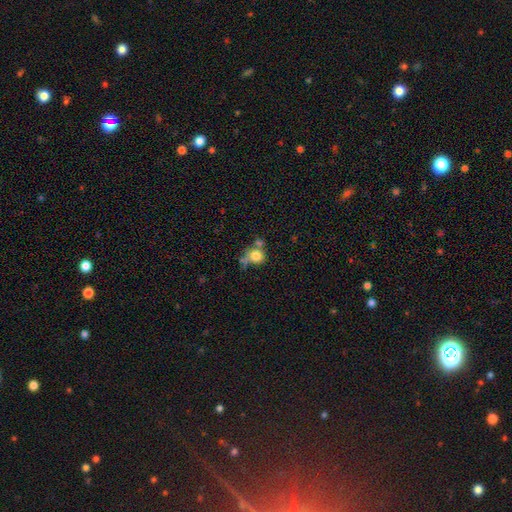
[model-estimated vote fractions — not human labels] Overall: smooth (76%). How rounded: round (78%). Merging: none (39%; merger 30%).